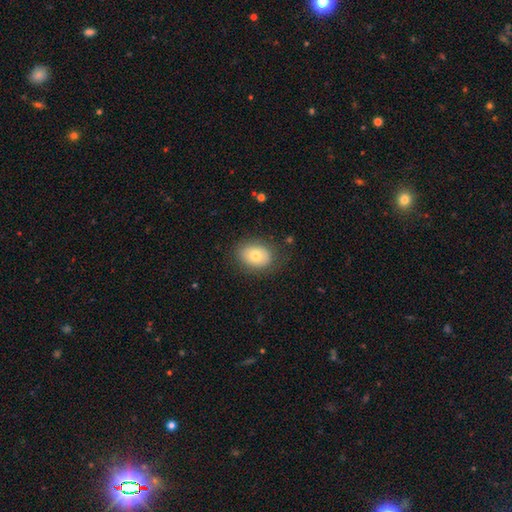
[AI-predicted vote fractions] Smooth or featured? Predicted: smooth (p=0.73). How rounded? Predicted: in between (p=0.65). Merging? Predicted: none (p=0.80).